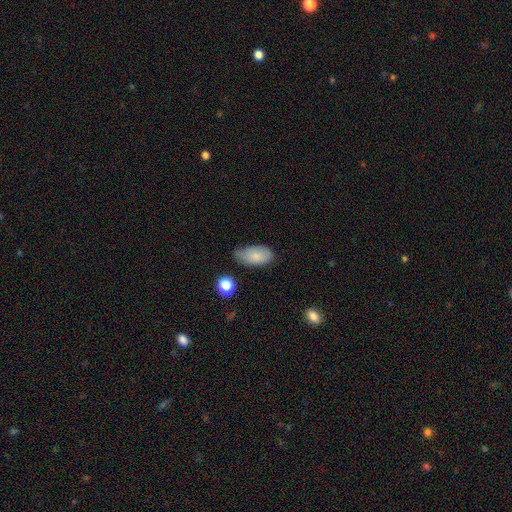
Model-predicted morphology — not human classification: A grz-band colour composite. It shows a smooth galaxy with no disk features (81%) that is in between round and cigar-shaped (93%). Merging: none (55%).